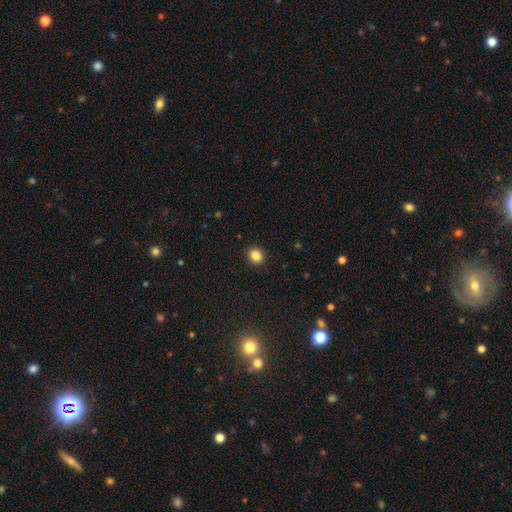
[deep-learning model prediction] A smooth galaxy with no disk features (86%) that is round (68%). Merging: none (91%).